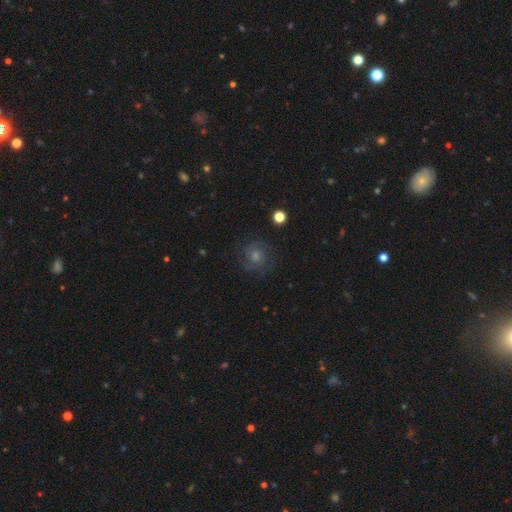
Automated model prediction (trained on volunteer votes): This appears to be a featured or disk galaxy (49%). Merging: none (81%).